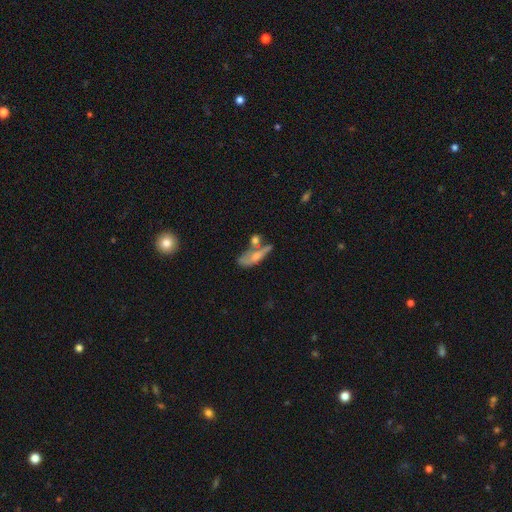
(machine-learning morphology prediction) This appears to be a smooth galaxy with no disk features (53%) that is in between round and cigar-shaped (55%). Merging: merger (36%).